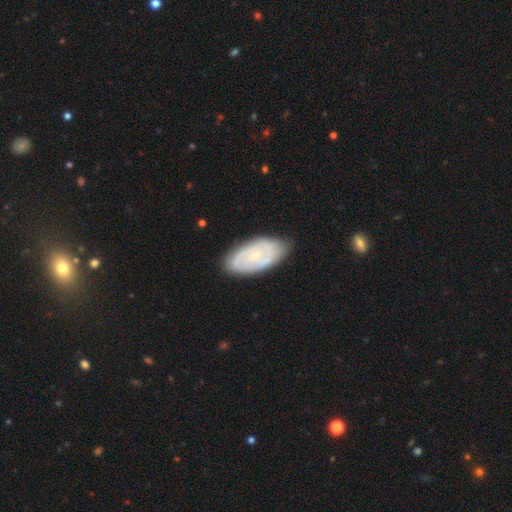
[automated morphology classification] This is likely a featured or disk galaxy (64%). It is clearly not viewed edge-on (94%). Bar: likely no (73%). Spiral arm pattern: likely yes (77%). Central bulge: likely small (71%). Merging: likely none (79%).